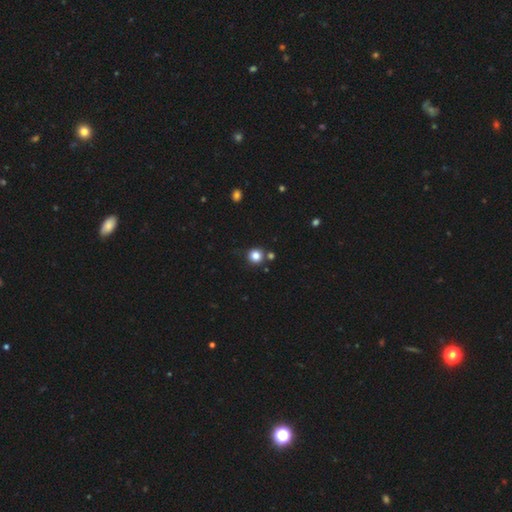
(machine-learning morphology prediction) Smooth or featured?
  - smooth: 83% *
  - star or artifact: 12%
  - featured or disk: 5%
How rounded?
  - round: 93% *
  - in between: 6%
  - cigar-shaped: 1%
Merging?
  - none: 81% *
  - merger: 8%
  - minor disturbance: 8%
  - major disturbance: 3%